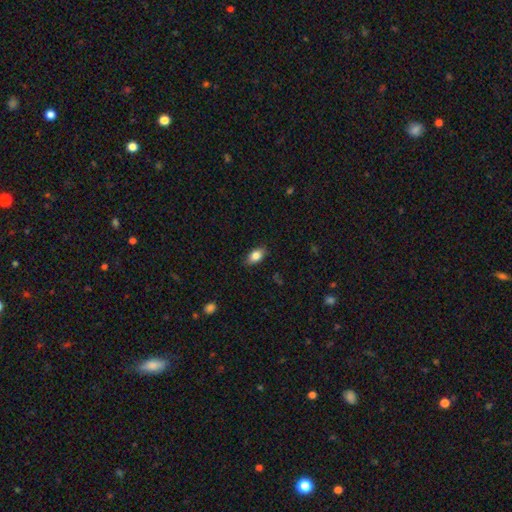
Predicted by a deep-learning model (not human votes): This appears to be a smooth galaxy with no disk features (84%) that is in between round and cigar-shaped (89%). Merging: none (86%).